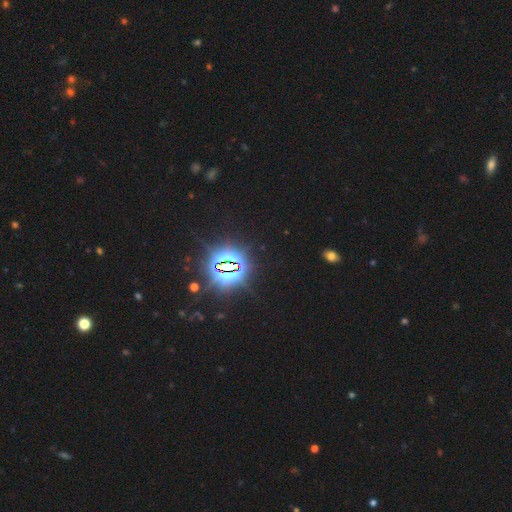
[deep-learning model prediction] The model was most divided on "smooth or featured": star or artifact: 86%, smooth: 8%, featured or disk: 5%.